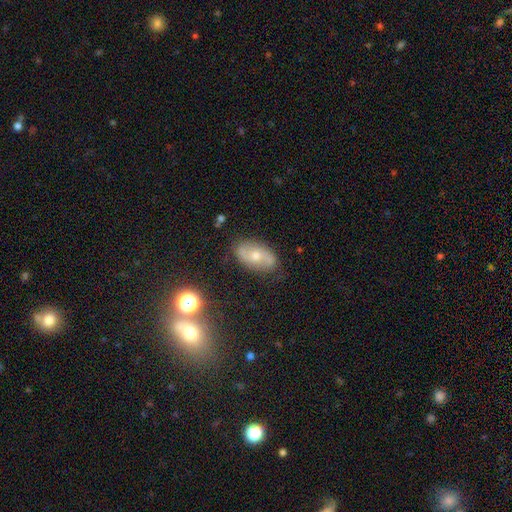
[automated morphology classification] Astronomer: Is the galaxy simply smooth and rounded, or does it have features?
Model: featured or disk — 60%.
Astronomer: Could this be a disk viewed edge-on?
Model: no — 93%.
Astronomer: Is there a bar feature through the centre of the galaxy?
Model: no — 63%.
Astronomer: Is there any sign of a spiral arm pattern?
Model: yes — 81%.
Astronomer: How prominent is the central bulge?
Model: moderate — 56% (runner-up: small, 39%).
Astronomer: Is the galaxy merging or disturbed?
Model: none — 81%.